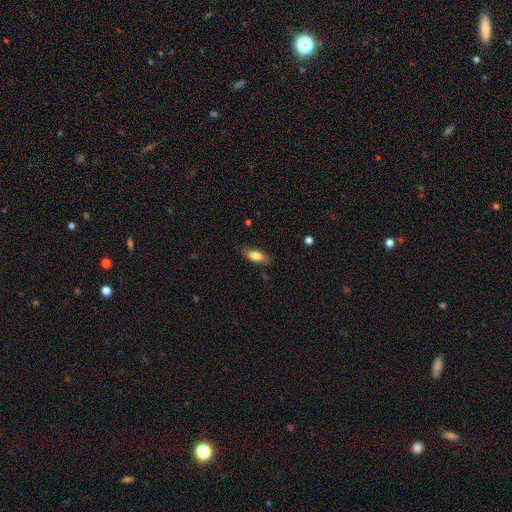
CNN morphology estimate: smooth-or-featured: smooth: 76% | featured or disk: 17% | star or artifact: 7%
  how-rounded: in between: 77% | cigar-shaped: 20% | round: 3%
  merging: none: 78% | minor disturbance: 17% | major disturbance: 4% | merger: 1%